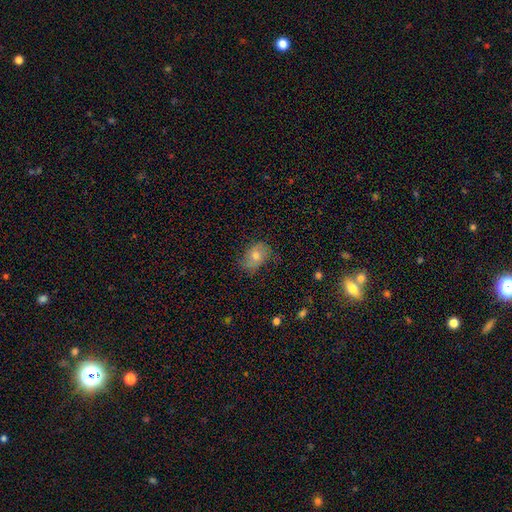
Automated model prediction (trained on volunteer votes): Smooth or featured: smooth — 62% (featured or disk — 29%)
How rounded: in between — 71% (round — 27%)
Merging: none — 60% (minor disturbance — 27%)